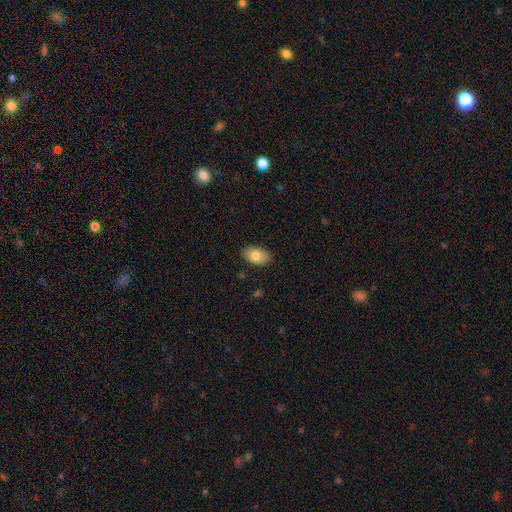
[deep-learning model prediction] The model was most divided on "smooth or featured": smooth: 78%, featured or disk: 16%, star or artifact: 7%. More confident: how rounded — in between (91%); merging — none (86%).